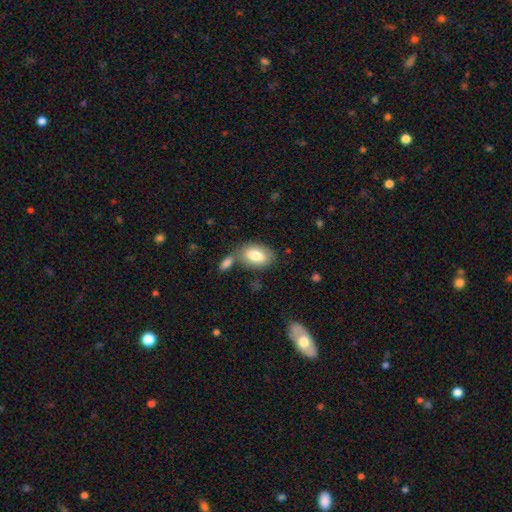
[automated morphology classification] Smooth or featured? smooth (79%)
How rounded? in between (91%)
Merging? none (62%)